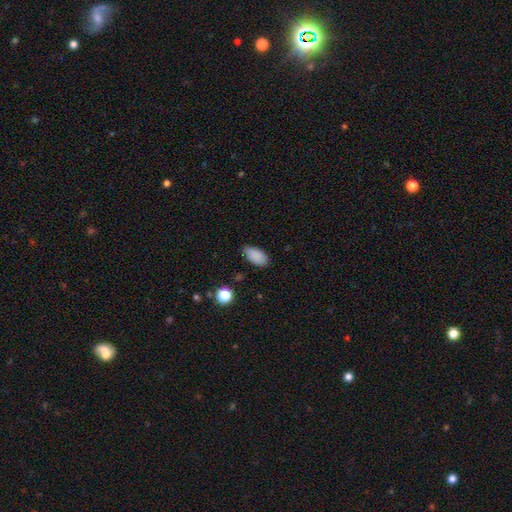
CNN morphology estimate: smooth 87%, star or artifact 8%, featured or disk 5%. Down the decision tree: how rounded — in between (93%); merging — none (82%).